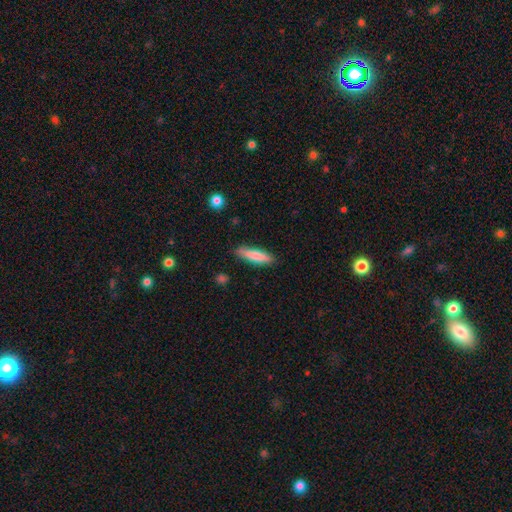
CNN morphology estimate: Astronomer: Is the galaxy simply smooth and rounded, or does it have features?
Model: smooth — 80%.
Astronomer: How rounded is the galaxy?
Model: cigar-shaped — 75%.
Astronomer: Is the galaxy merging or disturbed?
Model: none — 86%.